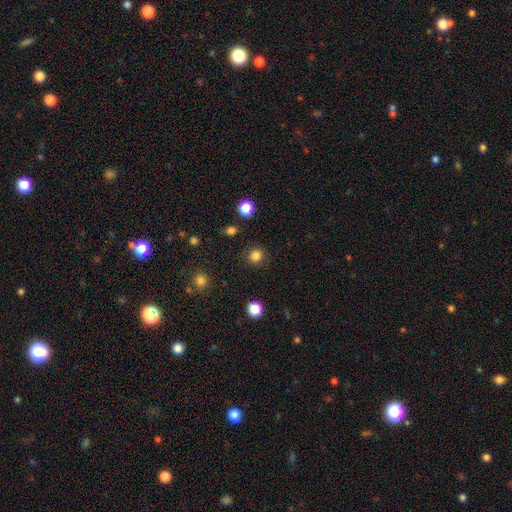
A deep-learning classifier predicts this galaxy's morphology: Smooth or featured?
  - smooth: 83% *
  - star or artifact: 13%
  - featured or disk: 4%
How rounded?
  - round: 89% *
  - in between: 10%
  - cigar-shaped: 1%
Merging?
  - none: 87% *
  - minor disturbance: 8%
  - major disturbance: 3%
  - merger: 2%